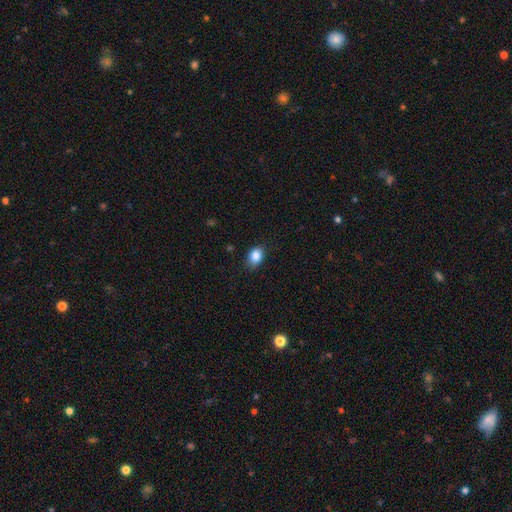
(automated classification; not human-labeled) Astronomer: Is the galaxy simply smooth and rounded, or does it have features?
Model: smooth — 87%.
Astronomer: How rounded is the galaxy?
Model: in between — 72%.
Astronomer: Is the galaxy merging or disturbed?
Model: none — 81%.